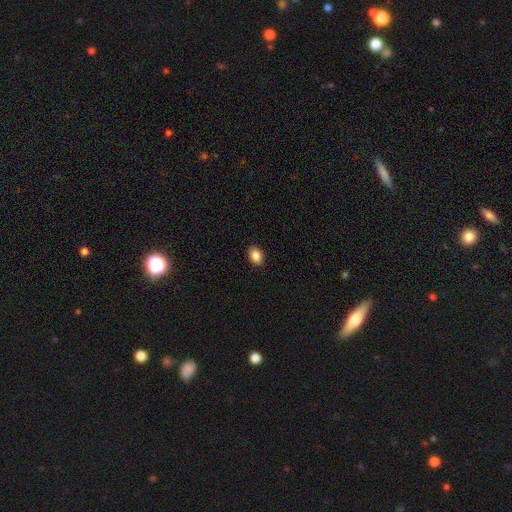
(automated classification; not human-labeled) A smooth galaxy with no disk features (87%) that is in between round and cigar-shaped (77%). Merging: none (88%).